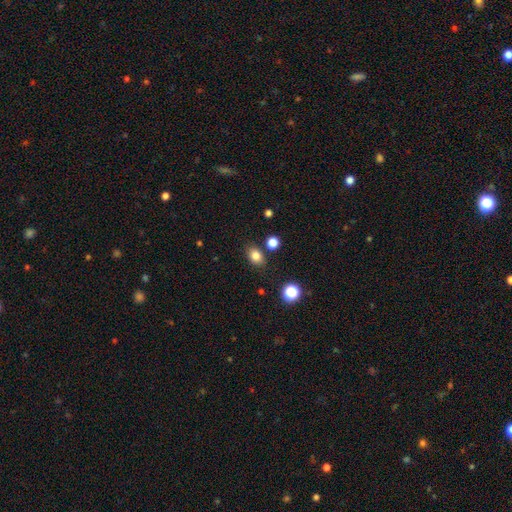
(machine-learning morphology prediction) smooth_or_featured: smooth (p=0.82) [alt: star or artifact p=0.12]
how_rounded: in between (p=0.60) [alt: round p=0.39]
merging: none (p=0.80) [alt: minor disturbance p=0.11]